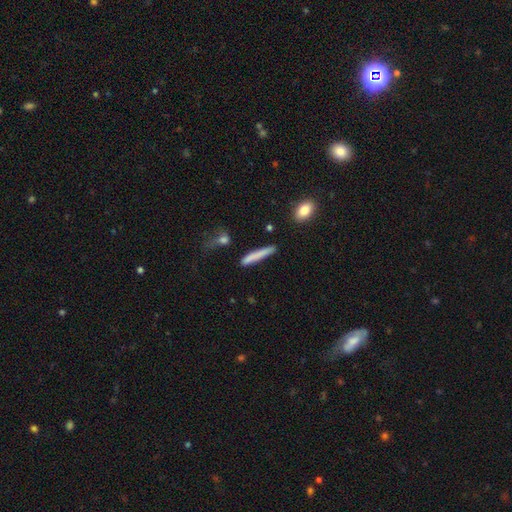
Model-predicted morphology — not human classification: smooth-or-featured: smooth: 75% | featured or disk: 19% | star or artifact: 7%
  how-rounded: cigar-shaped: 94% | in between: 4% | round: 2%
  merging: none: 78% | minor disturbance: 14% | merger: 4% | major disturbance: 4%